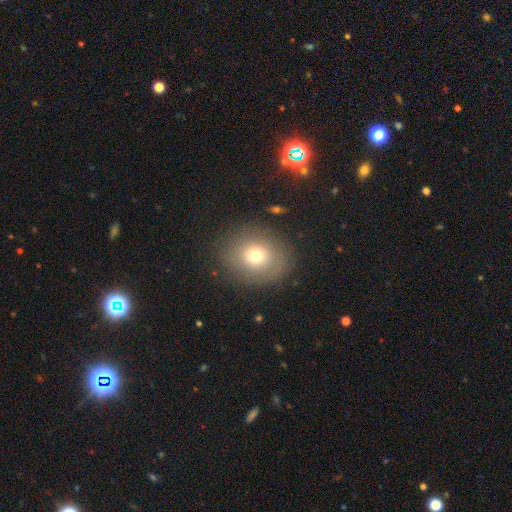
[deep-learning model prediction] smooth-or-featured: smooth: 70% | featured or disk: 17% | star or artifact: 13%
  how-rounded: round: 78% | in between: 22% | cigar-shaped: 1%
  merging: none: 83% | minor disturbance: 10% | major disturbance: 5% | merger: 1%